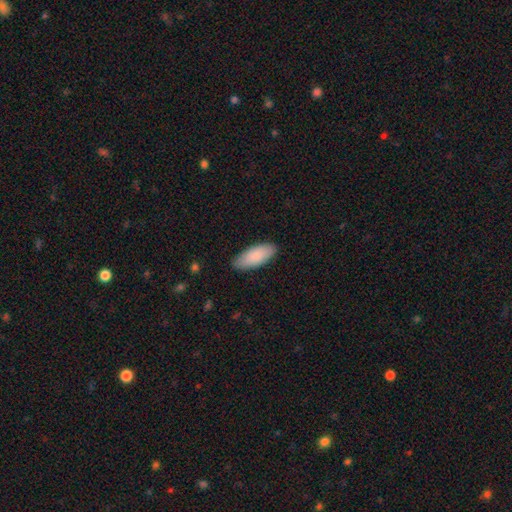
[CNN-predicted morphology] Smooth or featured? smooth (88%)
How rounded? in between (82%)
Merging? none (86%)